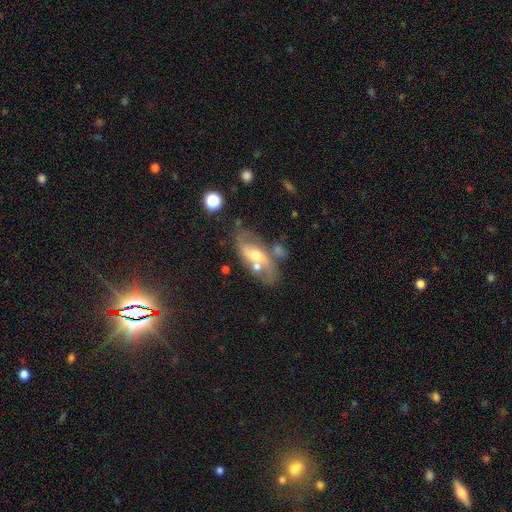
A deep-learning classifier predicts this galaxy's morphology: featured or disk 71%, smooth 21%, star or artifact 8%. Down the decision tree: edge-on disk — no (89%); bar — no (46%); spiral arms — yes (78%); bulge size — moderate (68%); merging — none (53%).